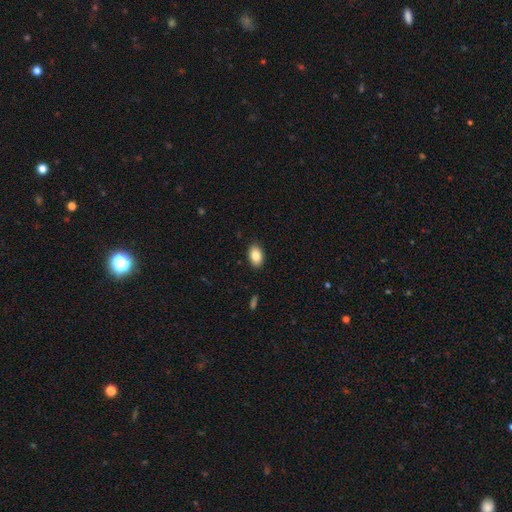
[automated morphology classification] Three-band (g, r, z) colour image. It shows a smooth galaxy with no disk features (85%) that is in between round and cigar-shaped (89%). Merging: none (89%).